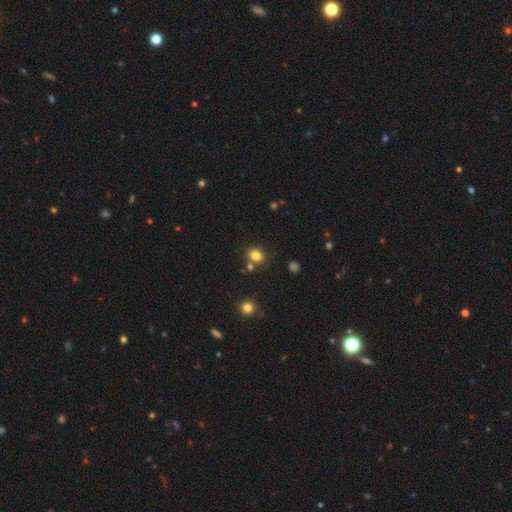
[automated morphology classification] smooth_or_featured: smooth (p=0.80) [alt: star or artifact p=0.13]
how_rounded: round (p=0.50) [alt: in between p=0.49]
merging: none (p=0.74) [alt: minor disturbance p=0.11]